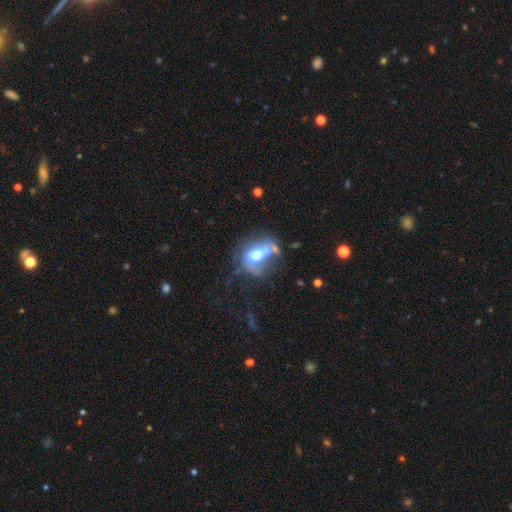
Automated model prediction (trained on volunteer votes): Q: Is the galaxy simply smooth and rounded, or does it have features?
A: featured or disk — 45%.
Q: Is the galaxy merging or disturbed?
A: major disturbance — 36%.